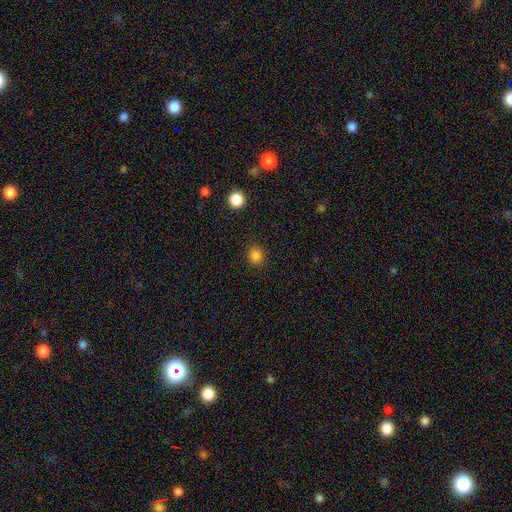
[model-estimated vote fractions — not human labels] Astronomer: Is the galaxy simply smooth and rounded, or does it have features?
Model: smooth — 83%.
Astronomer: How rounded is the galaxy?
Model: round — 82%.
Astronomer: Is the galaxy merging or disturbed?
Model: none — 90%.